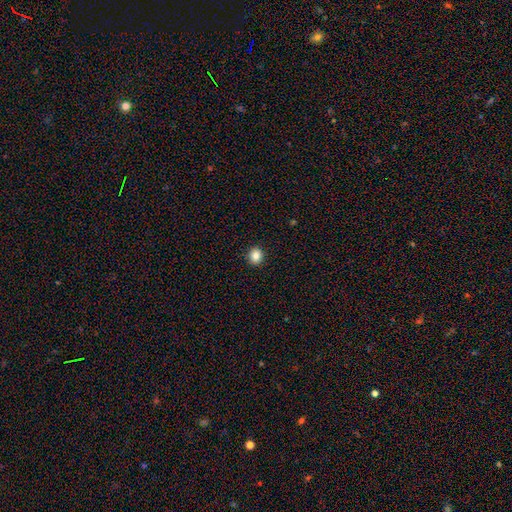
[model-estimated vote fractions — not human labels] Smooth or featured? smooth (85%)
How rounded? round (82%)
Merging? none (93%)